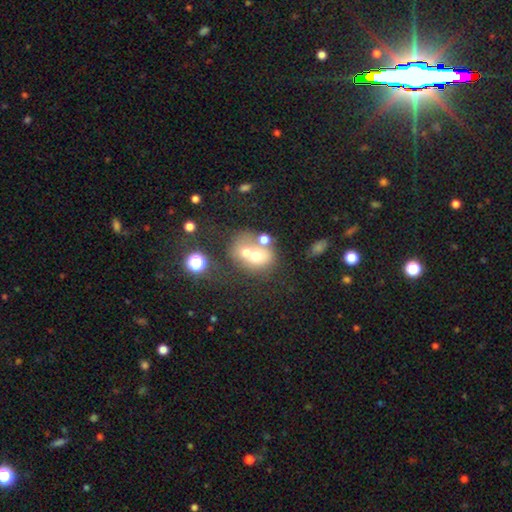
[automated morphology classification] smooth_or_featured: smooth (p=0.57) [alt: featured or disk p=0.27]
how_rounded: round (p=0.68) [alt: in between p=0.31]
merging: merger (p=0.57) [alt: none p=0.28]